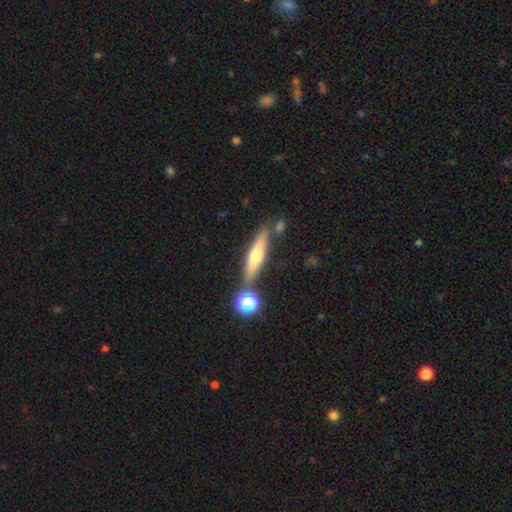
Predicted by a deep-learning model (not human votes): Morphology: type=featured or disk (50%); merging=none (76%).